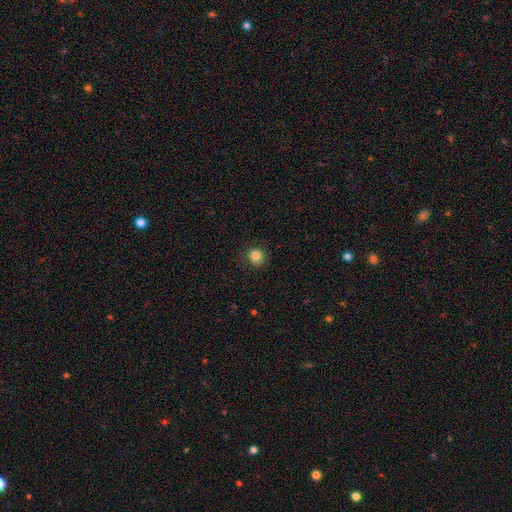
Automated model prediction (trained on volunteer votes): Smooth or featured? Predicted: smooth (p=0.83). How rounded? Predicted: round (p=0.88). Merging? Predicted: none (p=0.86).